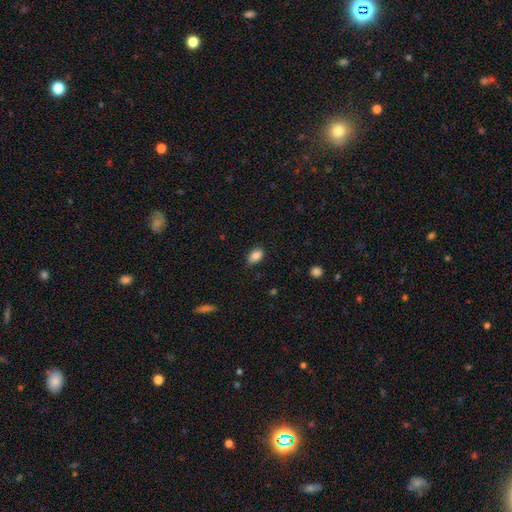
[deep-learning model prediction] Smooth or featured? smooth (86%)
How rounded? in between (88%)
Merging? none (86%)